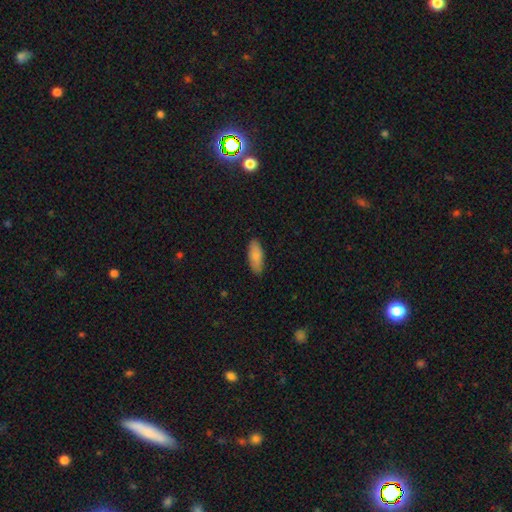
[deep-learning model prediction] Smooth or featured: smooth — 86% (featured or disk — 9%)
How rounded: in between — 76% (cigar-shaped — 23%)
Merging: none — 87% (minor disturbance — 10%)